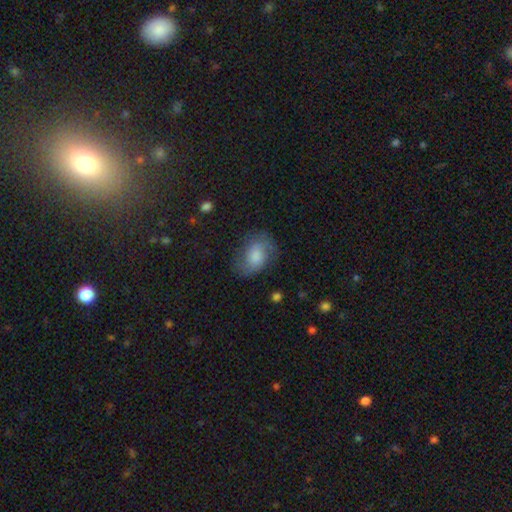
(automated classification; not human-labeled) Smooth or featured? smooth (58%)
How rounded? in between (79%)
Merging? none (68%)